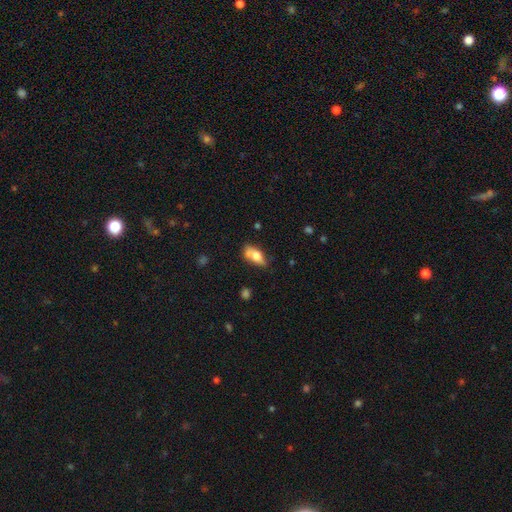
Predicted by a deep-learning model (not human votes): Morphology: type=smooth (65%); roundness=in between (81%); merging=none (51%).